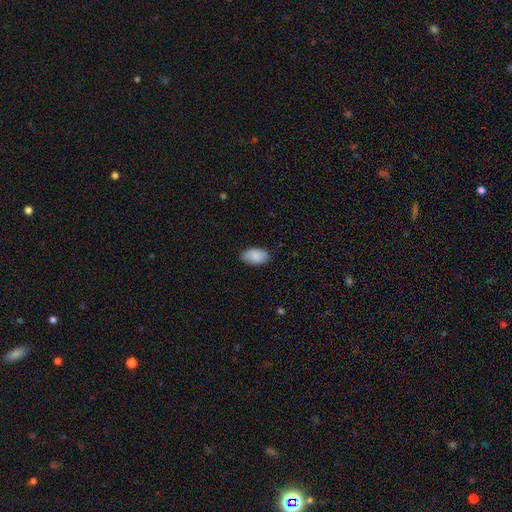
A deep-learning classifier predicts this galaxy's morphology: Overall: smooth (86%). How rounded: in between (94%). Merging: none (82%).